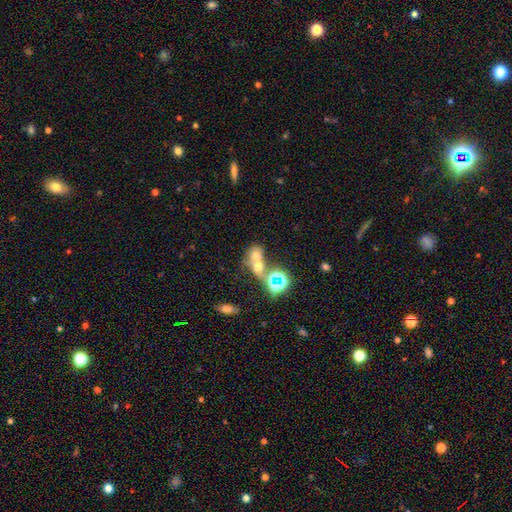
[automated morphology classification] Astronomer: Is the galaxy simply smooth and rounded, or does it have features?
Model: smooth — 55%.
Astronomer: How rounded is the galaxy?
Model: round — 52% (runner-up: in between, 46%).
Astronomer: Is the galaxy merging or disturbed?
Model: merger — 63%.